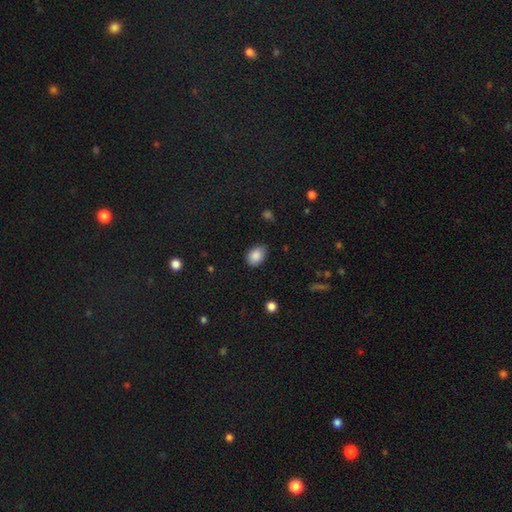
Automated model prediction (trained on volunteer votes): Smooth or featured?
  - smooth: 87% *
  - star or artifact: 8%
  - featured or disk: 5%
How rounded?
  - in between: 78% *
  - round: 20%
  - cigar-shaped: 1%
Merging?
  - none: 77% *
  - minor disturbance: 19%
  - major disturbance: 3%
  - merger: 1%